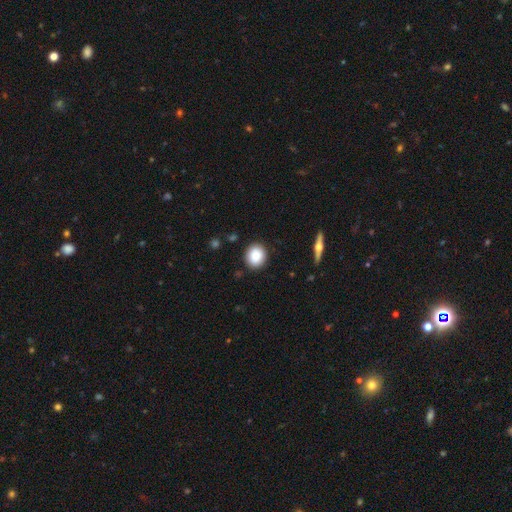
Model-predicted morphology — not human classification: This is clearly a smooth galaxy (80%). How rounded: clearly round (85%). Merging: clearly none (88%).